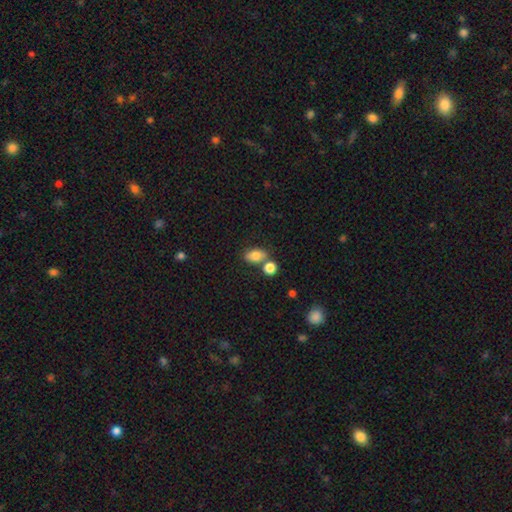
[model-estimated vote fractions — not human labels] Smooth or featured? Predicted: smooth (p=0.80). How rounded? Predicted: in between (p=0.79). Merging? Predicted: none (p=0.58).